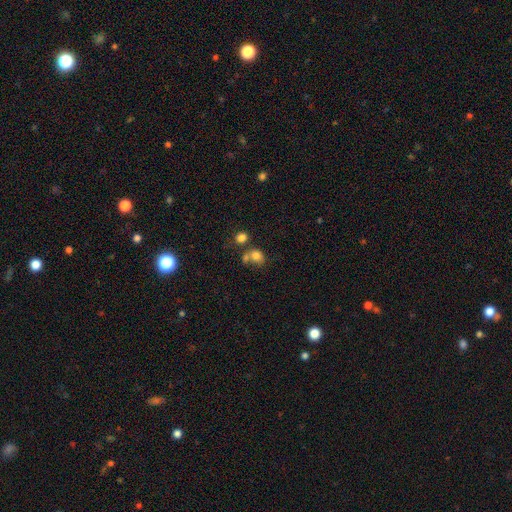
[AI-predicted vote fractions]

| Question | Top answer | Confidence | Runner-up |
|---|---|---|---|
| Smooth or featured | smooth | 77% | star or artifact (12%) |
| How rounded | round | 60% | in between (39%) |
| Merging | merger | 43% | none (39%) |